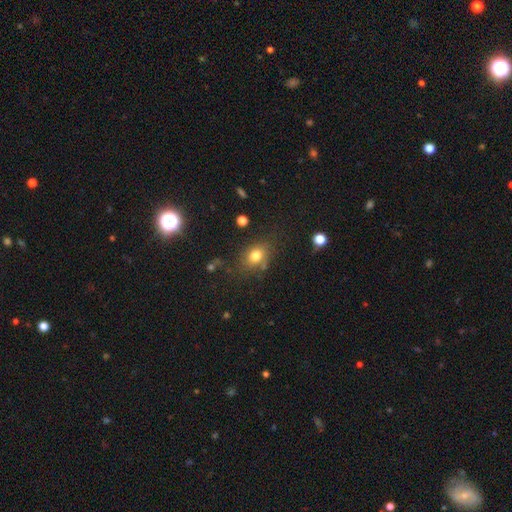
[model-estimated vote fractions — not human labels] Smooth or featured? Predicted: smooth (p=0.76). How rounded? Predicted: in between (p=0.57). Merging? Predicted: none (p=0.72).